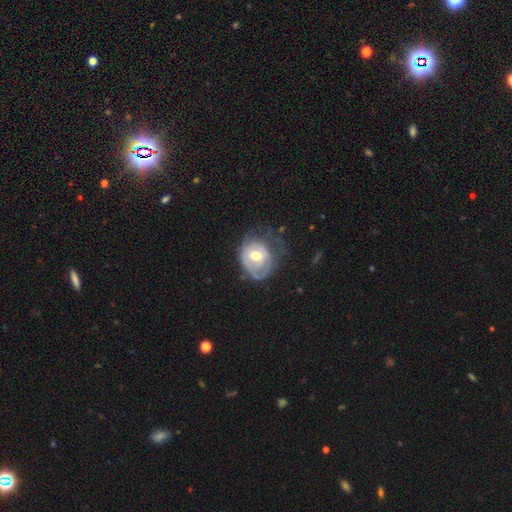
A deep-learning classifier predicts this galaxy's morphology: Q: Smooth or featured?
A: featured or disk (62%); runner-up: smooth (32%)
Q: Edge-on disk?
A: no (97%); runner-up: yes (3%)
Q: Bar?
A: no (62%); runner-up: weak (31%)
Q: Spiral arms?
A: yes (58%); runner-up: no (42%)
Q: Bulge size?
A: moderate (71%); runner-up: small (14%)
Q: Merging?
A: none (40%); runner-up: minor disturbance (31%)